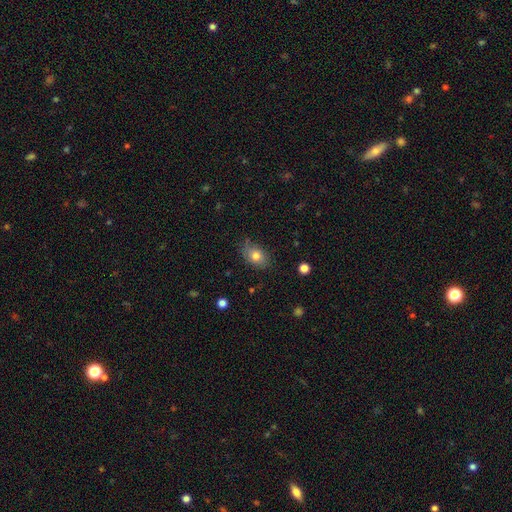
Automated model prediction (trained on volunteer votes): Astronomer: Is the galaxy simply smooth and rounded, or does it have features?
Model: smooth — 77%.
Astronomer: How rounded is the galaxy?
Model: in between — 81%.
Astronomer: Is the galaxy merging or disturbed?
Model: none — 72%.